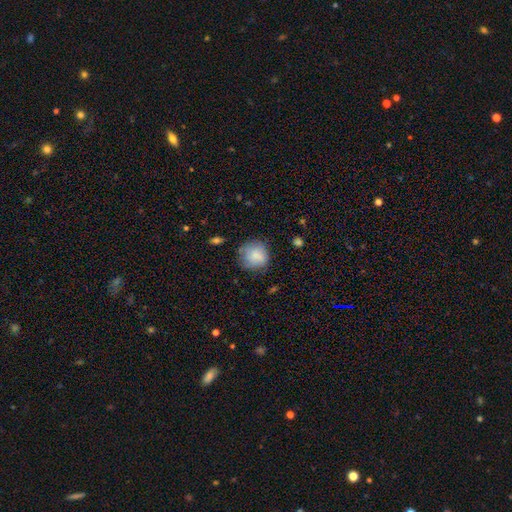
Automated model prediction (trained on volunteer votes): This is clearly a smooth galaxy (83%). How rounded: clearly round (88%). Merging: likely none (71%).